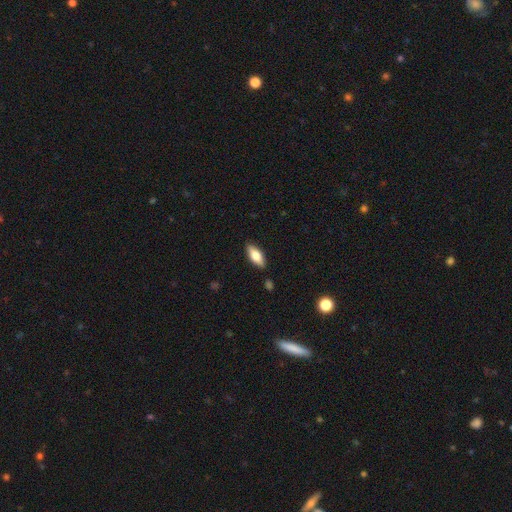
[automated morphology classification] A smooth galaxy with no disk features (71%) that is in between round and cigar-shaped (77%). Merging: none (86%).